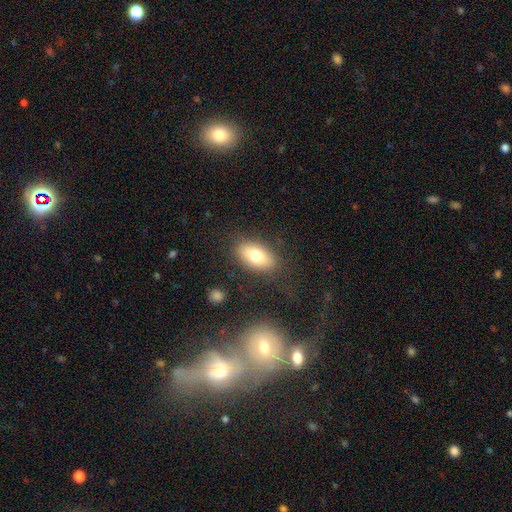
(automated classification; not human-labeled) smooth 75%, featured or disk 17%, star or artifact 8%. Down the decision tree: how rounded — in between (89%); merging — none (82%).